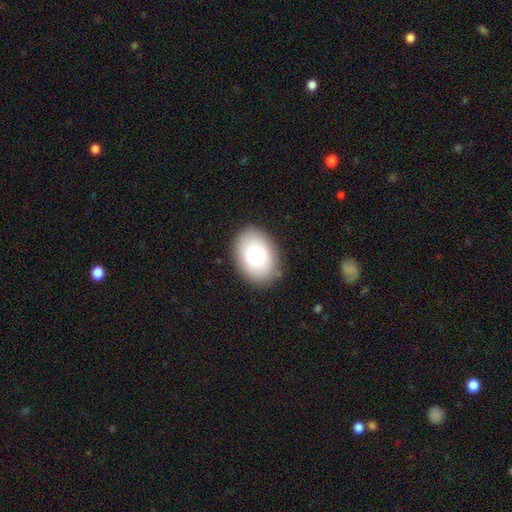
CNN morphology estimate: type=smooth (79%); roundness=in between (80%); merging=none (85%).